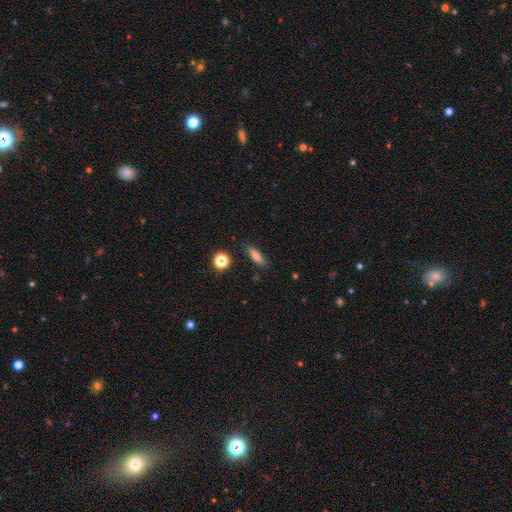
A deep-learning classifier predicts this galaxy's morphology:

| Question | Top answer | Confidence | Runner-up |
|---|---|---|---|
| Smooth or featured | smooth | 70% | featured or disk (19%) |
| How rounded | cigar-shaped | 58% | in between (37%) |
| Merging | none | 81% | minor disturbance (13%) |